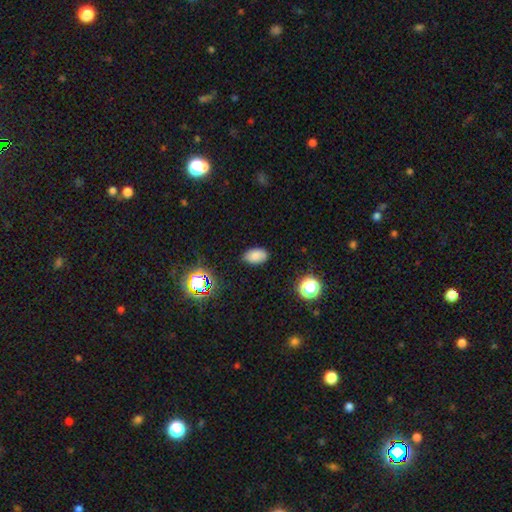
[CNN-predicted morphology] A smooth galaxy with no disk features (80%) that is in between round and cigar-shaped (90%).

Vote fractions:
- Smooth or featured? smooth: 80% / star or artifact: 13% / featured or disk: 7%
- How rounded? in between: 90% / round: 9% / cigar-shaped: 1%
- Merging? none: 84% / minor disturbance: 12% / major disturbance: 3% / merger: 1%